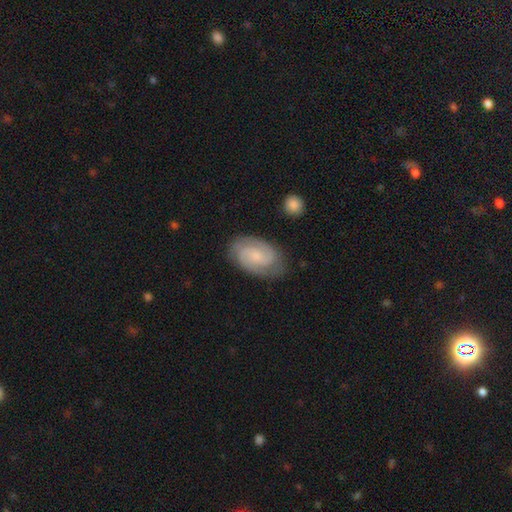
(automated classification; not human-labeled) smooth-or-featured: featured or disk: 78% | smooth: 16% | star or artifact: 6%
  disk-edge-on: no: 97% | yes: 3%
    bar: no: 55% | weak: 38% | strong: 6%
    has-spiral-arms: yes: 97% | no: 3%
      spiral-winding: tight: 48% | medium: 43% | loose: 9%
      spiral-arm-count: 2: 81% | can't tell: 7% | 3: 7% | 1: 2% | 4: 1% | more than 4: 1%
    bulge-size: small: 55% | moderate: 22% | none: 19% | large: 3% | dominant: 1%
  merging: none: 82% | minor disturbance: 13% | major disturbance: 4% | merger: 1%